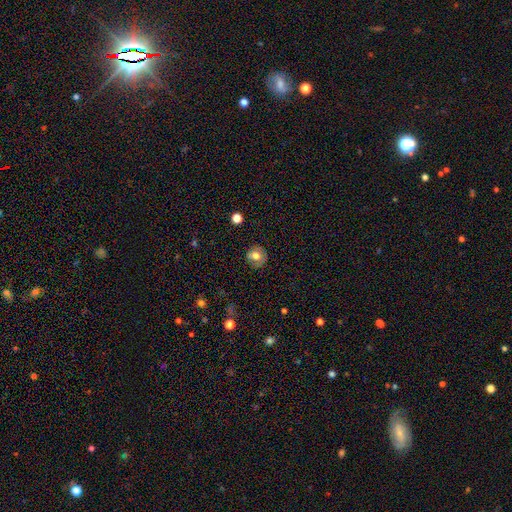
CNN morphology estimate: Overall: smooth (69%). How rounded: round (87%). Merging: none (81%).